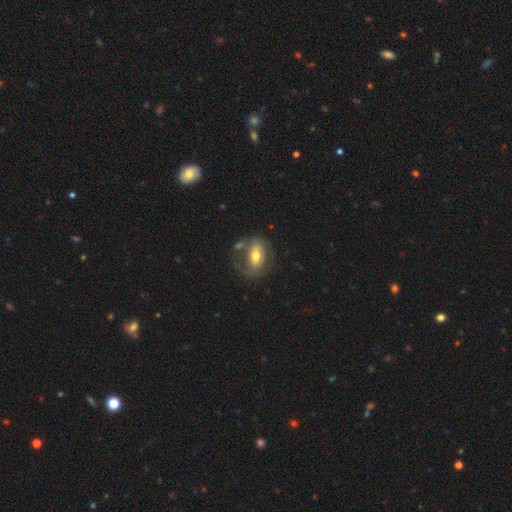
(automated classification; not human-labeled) Smooth or featured: featured or disk — 46% (tied with smooth — 46%)
Merging: none — 53% (minor disturbance — 21%)